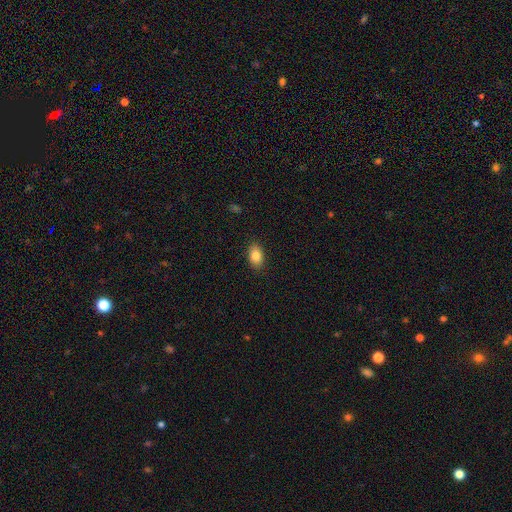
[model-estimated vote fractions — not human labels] Smooth or featured? smooth (85%)
How rounded? in between (88%)
Merging? none (88%)